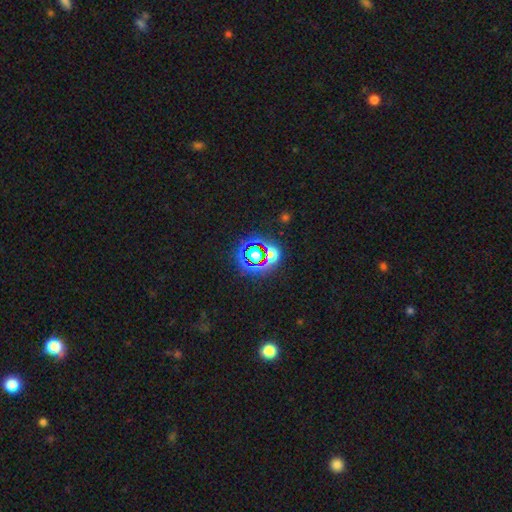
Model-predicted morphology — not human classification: This is likely a star or artifact rather than a galaxy (67%).